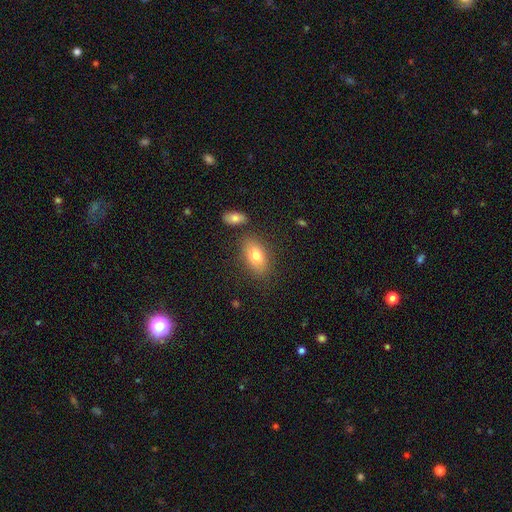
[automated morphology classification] This appears to be a smooth galaxy with no disk features (76%) that is in between round and cigar-shaped (89%). Merging: none (77%).